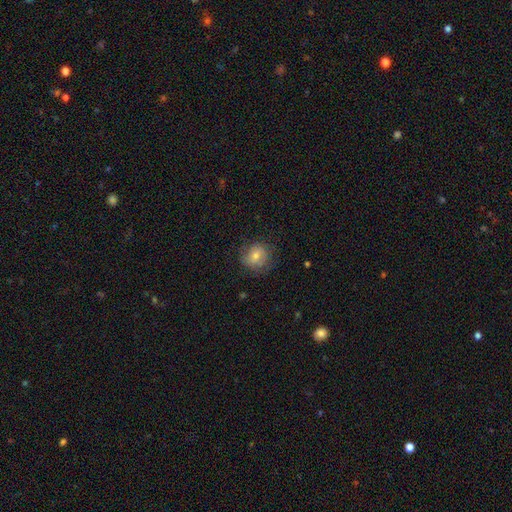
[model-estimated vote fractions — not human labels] Smooth or featured? smooth (69%)
How rounded? round (78%)
Merging? none (74%)